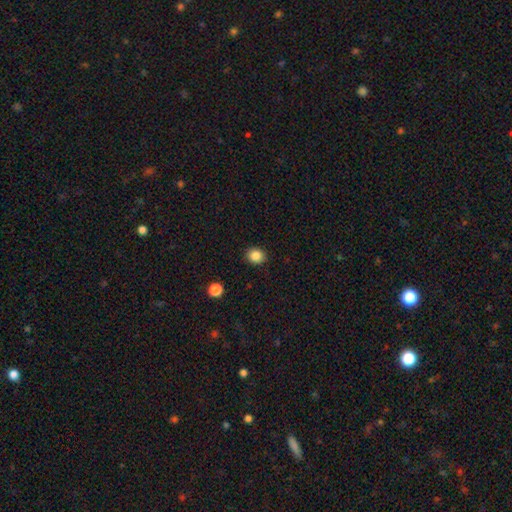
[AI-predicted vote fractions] Overall: smooth (86%). How rounded: round (74%). Merging: none (90%).